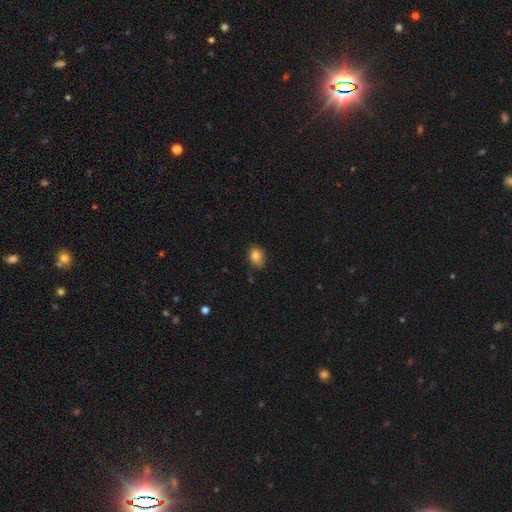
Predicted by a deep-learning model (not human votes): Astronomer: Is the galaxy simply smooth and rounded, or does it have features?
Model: smooth — 83%.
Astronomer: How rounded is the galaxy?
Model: in between — 77%.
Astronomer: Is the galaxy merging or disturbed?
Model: none — 75%.